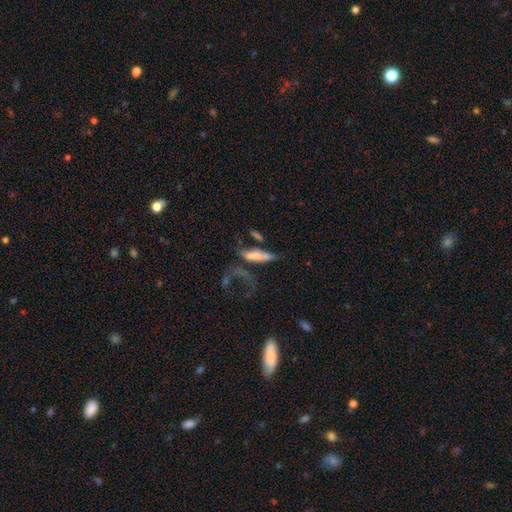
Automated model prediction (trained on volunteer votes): Smooth or featured?
  - smooth: 54% *
  - featured or disk: 36%
  - star or artifact: 11%
How rounded?
  - cigar-shaped: 54% *
  - in between: 42%
  - round: 4%
Merging?
  - major disturbance: 40% *
  - merger: 28%
  - none: 19%
  - minor disturbance: 13%